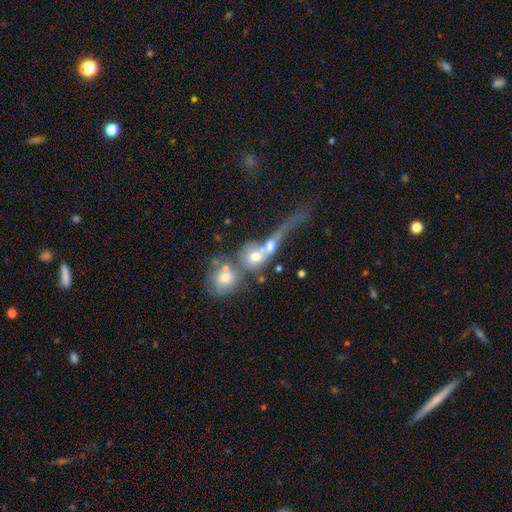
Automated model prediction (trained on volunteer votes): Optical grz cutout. It shows a featured or disk galaxy (43%). Merging: none (44%).